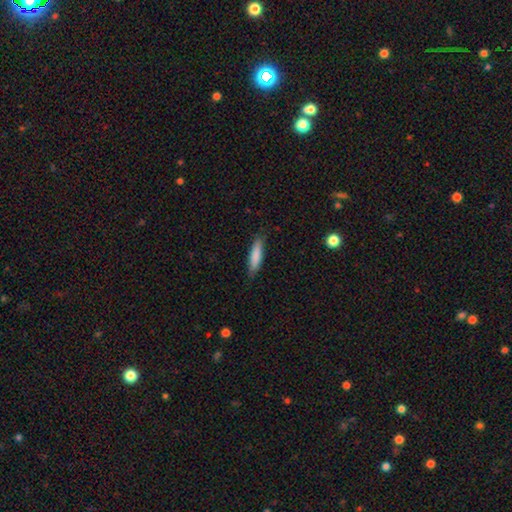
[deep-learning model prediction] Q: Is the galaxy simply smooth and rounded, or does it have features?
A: smooth — 83%.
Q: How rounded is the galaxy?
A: cigar-shaped — 76%.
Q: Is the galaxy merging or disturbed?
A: none — 84%.